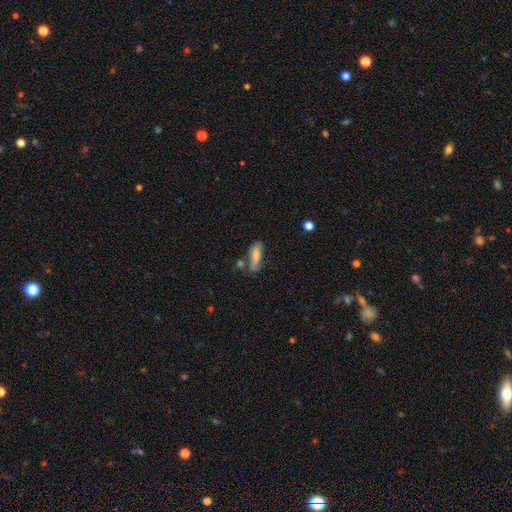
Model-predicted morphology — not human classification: Smooth or featured?
  - smooth: 74% *
  - featured or disk: 19%
  - star or artifact: 7%
How rounded?
  - in between: 57% *
  - cigar-shaped: 41%
  - round: 3%
Merging?
  - none: 59% *
  - minor disturbance: 22%
  - merger: 13%
  - major disturbance: 7%